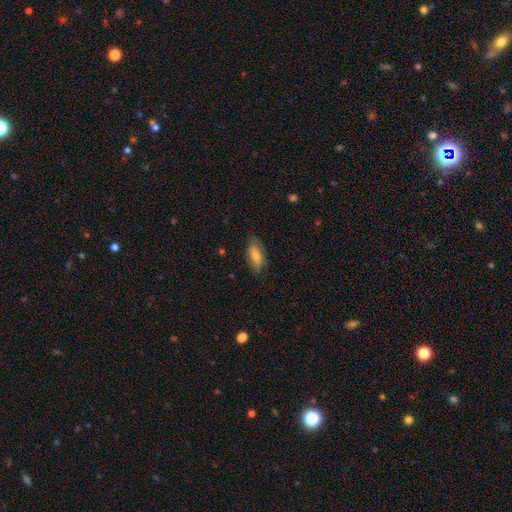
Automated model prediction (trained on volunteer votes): Smooth or featured: smooth — 71% (featured or disk — 22%)
How rounded: in between — 79% (cigar-shaped — 18%)
Merging: none — 72% (minor disturbance — 21%)